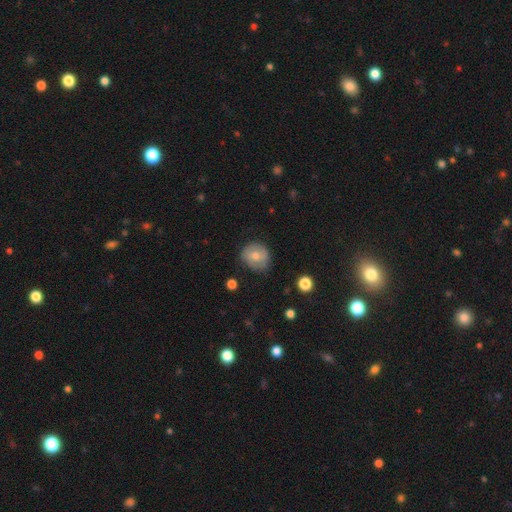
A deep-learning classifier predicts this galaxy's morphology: This appears to be a smooth galaxy with no disk features (69%) that is round (80%). Merging: none (69%).